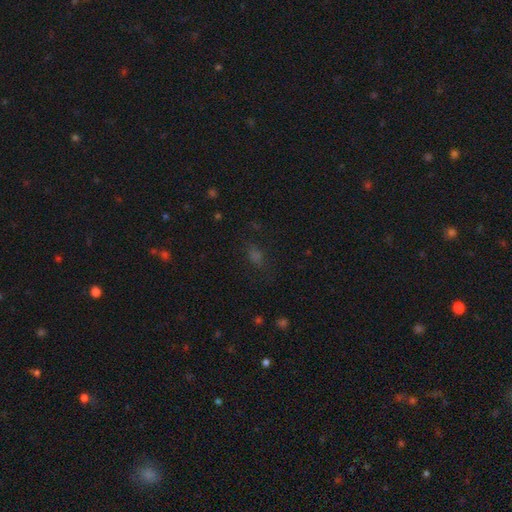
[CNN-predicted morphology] Smooth or featured? smooth (51%)
How rounded? in between (71%)
Merging? none (72%)